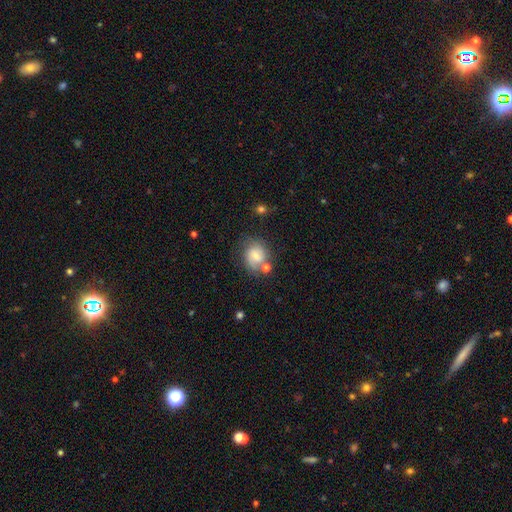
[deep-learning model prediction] smooth_or_featured: smooth (p=0.62) [alt: featured or disk p=0.29]
how_rounded: round (p=0.65) [alt: in between p=0.34]
merging: none (p=0.58) [alt: minor disturbance p=0.21]